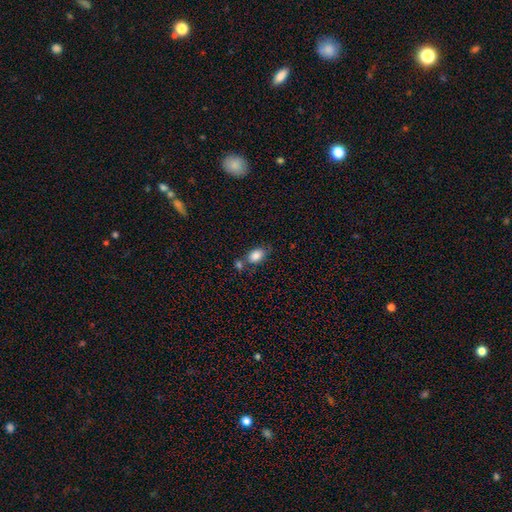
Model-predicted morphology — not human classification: The model was most divided on "merging": none: 53%, merger: 25%, minor disturbance: 17%, major disturbance: 5%. More confident: smooth or featured — smooth (84%); how rounded — in between (81%).